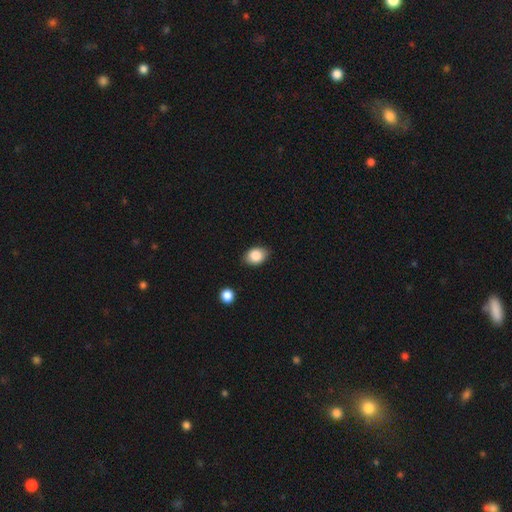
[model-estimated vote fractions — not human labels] This is clearly a smooth galaxy (86%). How rounded: likely in between (70%). Merging: clearly none (82%).